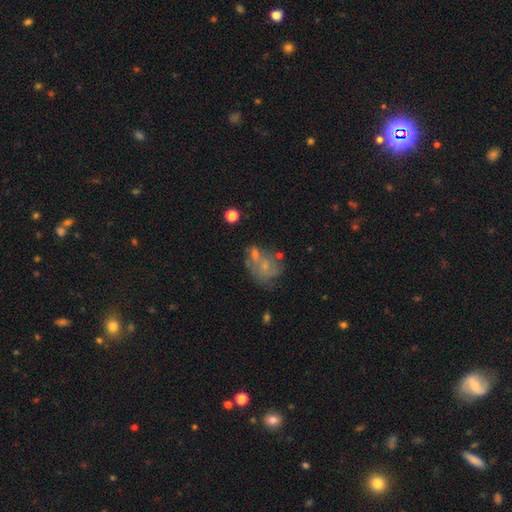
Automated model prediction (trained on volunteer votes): A featured or disk galaxy (49%). Merging: none (42%).